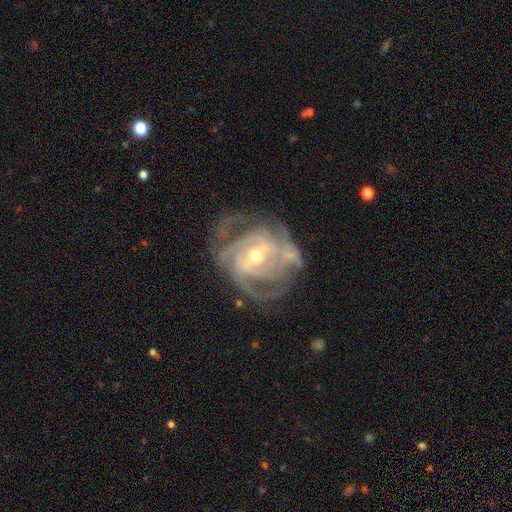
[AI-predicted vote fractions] featured or disk 90%, star or artifact 5%, smooth 4%. Down the decision tree: edge-on disk — no (97%); bar — weak (46%); spiral arms — yes (96%); spiral arm count — 3 (33%); spiral winding — tight (57%); bulge size — moderate (54%); merging — none (63%).